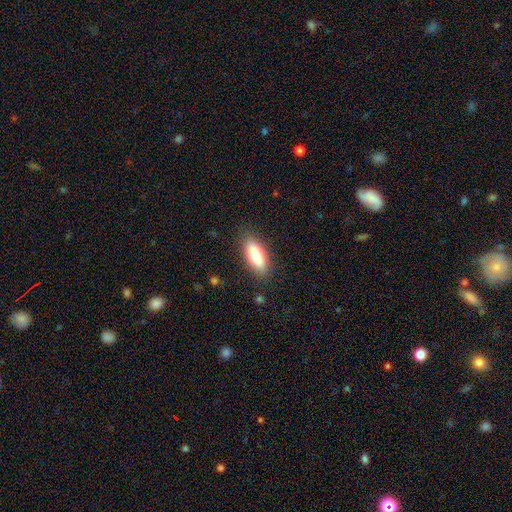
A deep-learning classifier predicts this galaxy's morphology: Smooth or featured? Predicted: smooth (p=0.81). How rounded? Predicted: in between (p=0.75). Merging? Predicted: none (p=0.85).